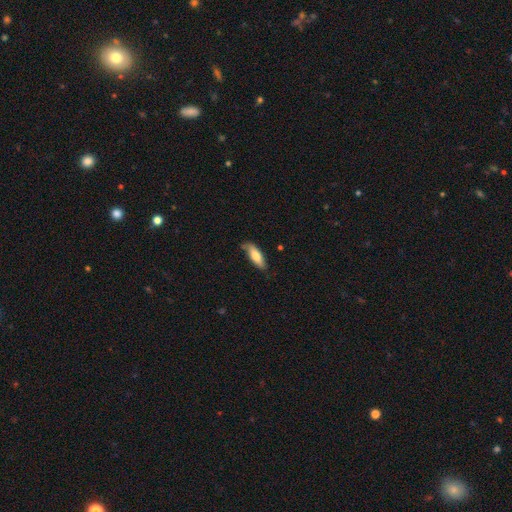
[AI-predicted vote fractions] smooth 74%, featured or disk 21%, star or artifact 6%. Down the decision tree: how rounded — in between (60%); merging — none (65%).